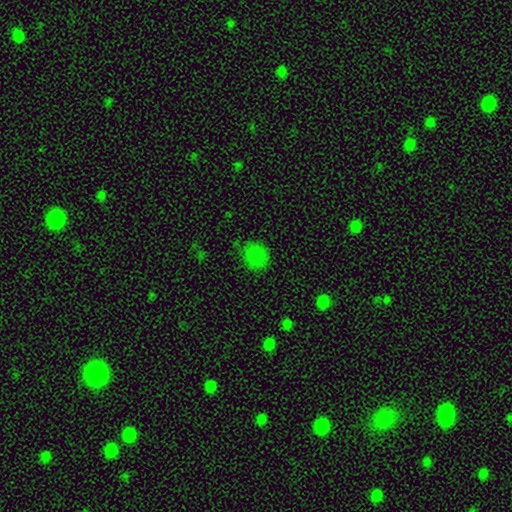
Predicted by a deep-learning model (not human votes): This appears to be a smooth galaxy with no disk features (79%) that is round (75%). Merging: none (76%).